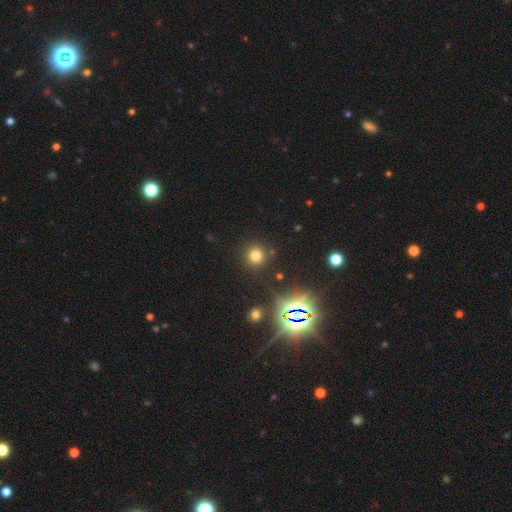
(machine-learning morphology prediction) Smooth or featured: smooth — 72% (star or artifact — 21%)
How rounded: round — 92% (in between — 7%)
Merging: none — 86% (minor disturbance — 7%)